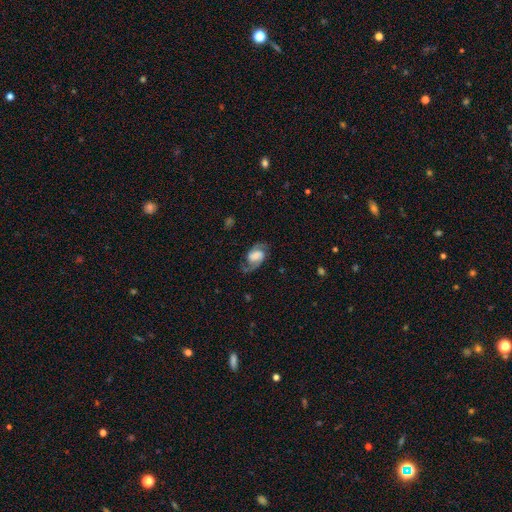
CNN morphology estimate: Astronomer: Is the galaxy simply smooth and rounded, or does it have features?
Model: featured or disk — 75%.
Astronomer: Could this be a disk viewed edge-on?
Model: no — 97%.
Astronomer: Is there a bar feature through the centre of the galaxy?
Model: weak — 44% (runner-up: no, 35%).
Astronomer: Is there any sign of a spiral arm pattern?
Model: yes — 94%.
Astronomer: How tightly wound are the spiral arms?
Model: medium — 50% (runner-up: loose, 28%).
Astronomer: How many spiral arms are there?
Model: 2 — 89%.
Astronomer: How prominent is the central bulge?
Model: none — 33% (runner-up: large, 26%).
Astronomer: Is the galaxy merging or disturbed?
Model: none — 72%.